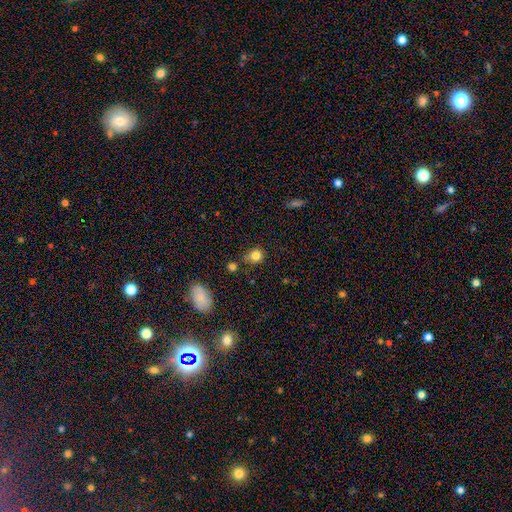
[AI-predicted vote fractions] A smooth galaxy with no disk features (82%) that is round (77%).

Vote fractions:
- Smooth or featured? smooth: 82% / star or artifact: 12% / featured or disk: 6%
- How rounded? round: 77% / in between: 22% / cigar-shaped: 1%
- Merging? none: 72% / minor disturbance: 18% / merger: 6% / major disturbance: 4%